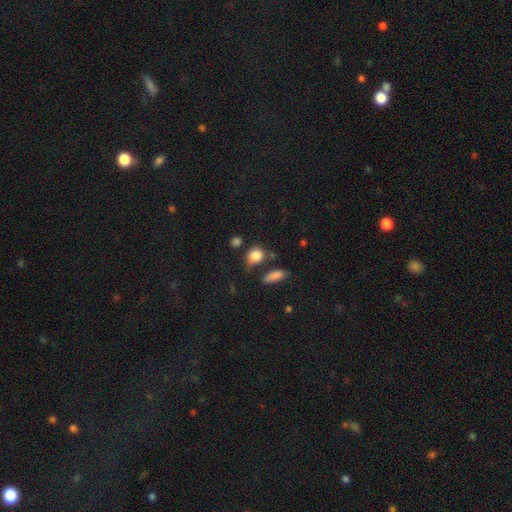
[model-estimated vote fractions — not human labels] Morphology: type=smooth (84%); roundness=round (63%); merging=none (53%).